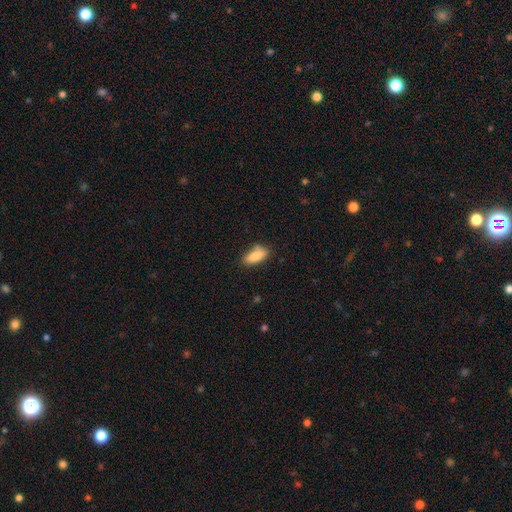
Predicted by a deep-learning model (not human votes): Morphology: type=smooth (86%); roundness=in between (79%); merging=none (74%).